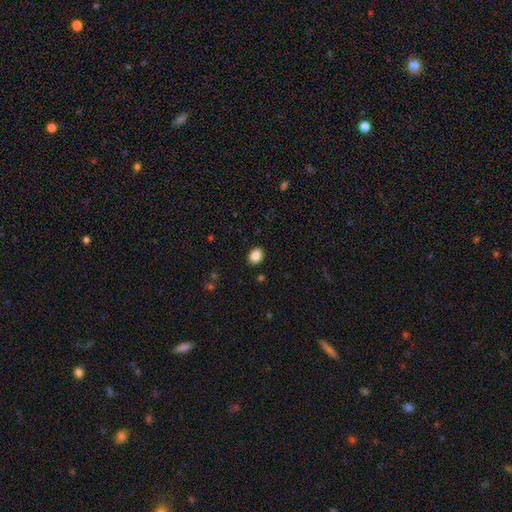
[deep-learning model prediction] This is clearly a smooth galaxy (87%). How rounded: possibly in between (54%). Merging: clearly none (90%).